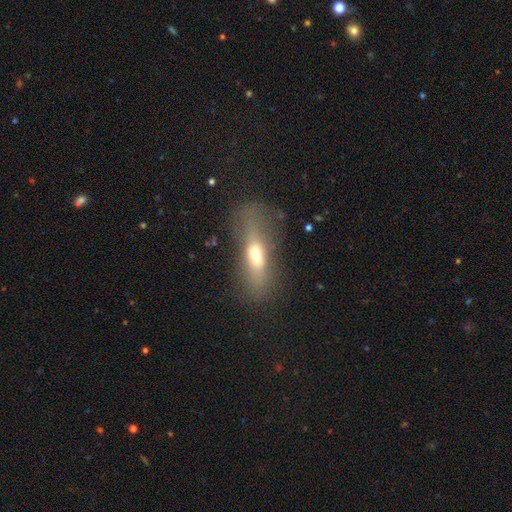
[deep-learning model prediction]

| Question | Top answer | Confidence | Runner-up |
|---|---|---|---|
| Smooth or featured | smooth | 53% | featured or disk (35%) |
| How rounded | in between | 51% | cigar-shaped (44%) |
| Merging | none | 52% | major disturbance (23%) |